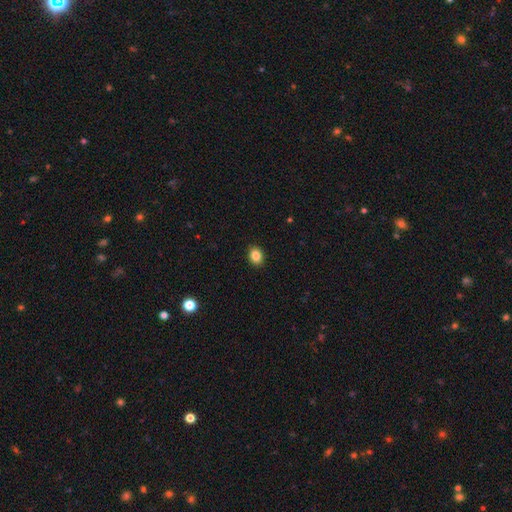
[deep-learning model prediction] A smooth galaxy with no disk features (85%) that is in between round and cigar-shaped (59%).

Vote fractions:
- Smooth or featured? smooth: 85% / star or artifact: 10% / featured or disk: 5%
- How rounded? in between: 59% / round: 40% / cigar-shaped: 1%
- Merging? none: 91% / minor disturbance: 7% / major disturbance: 2% / merger: 1%